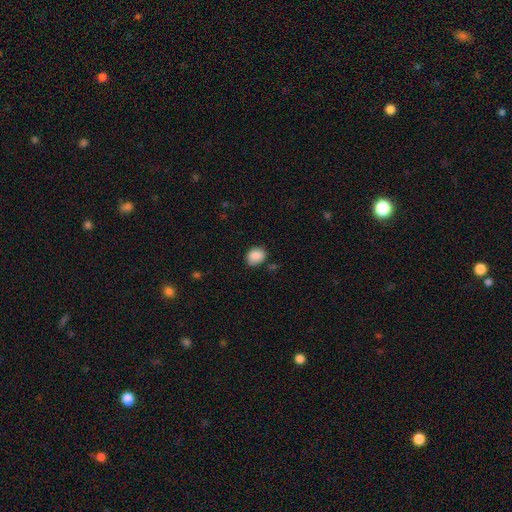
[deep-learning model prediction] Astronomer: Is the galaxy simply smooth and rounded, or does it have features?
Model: smooth — 87%.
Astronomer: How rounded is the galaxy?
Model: in between — 59% (runner-up: round, 40%).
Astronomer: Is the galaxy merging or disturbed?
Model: none — 78%.